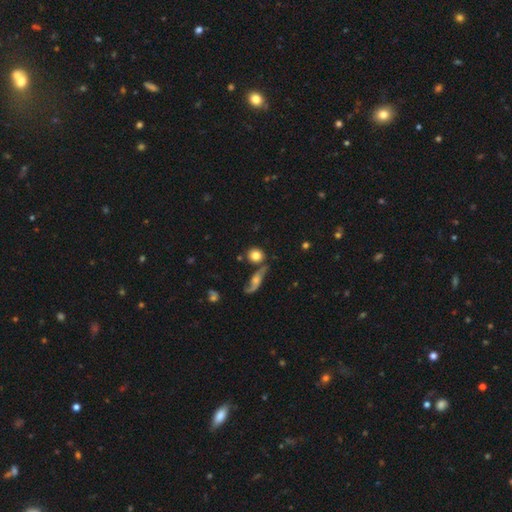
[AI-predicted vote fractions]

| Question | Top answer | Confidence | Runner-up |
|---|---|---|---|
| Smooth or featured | smooth | 79% | featured or disk (13%) |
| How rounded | round | 85% | in between (12%) |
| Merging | none | 68% | merger (16%) |